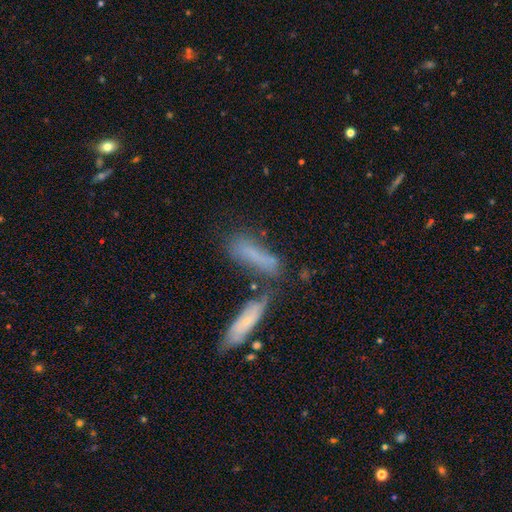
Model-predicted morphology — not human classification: type=smooth (63%); roundness=cigar-shaped (69%); merging=none (45%).